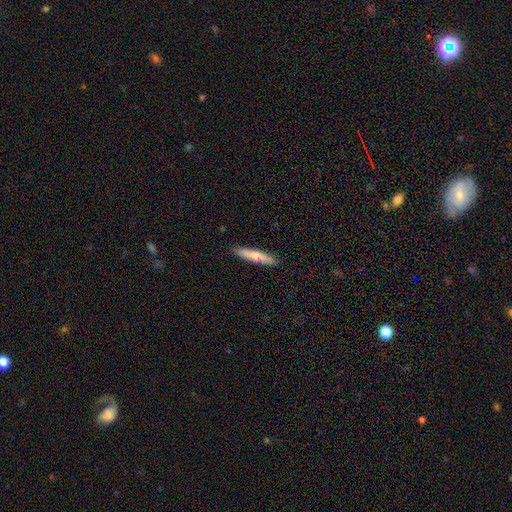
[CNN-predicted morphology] This is likely a smooth galaxy (74%). How rounded: clearly cigar-shaped (90%). Merging: clearly none (89%).